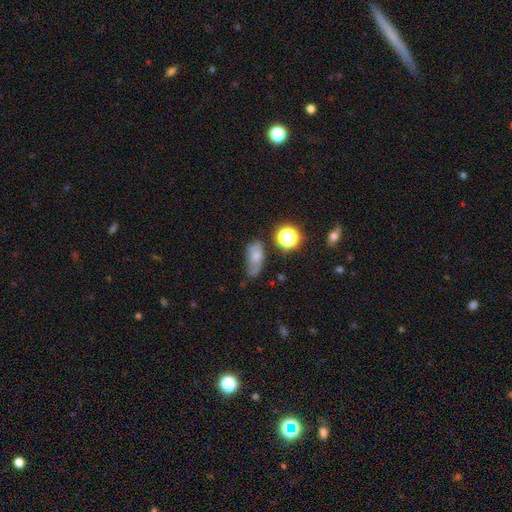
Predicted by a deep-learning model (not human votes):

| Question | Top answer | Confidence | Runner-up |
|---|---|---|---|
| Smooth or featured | smooth | 63% | featured or disk (23%) |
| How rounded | in between | 82% | round (12%) |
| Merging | none | 44% | minor disturbance (34%) |